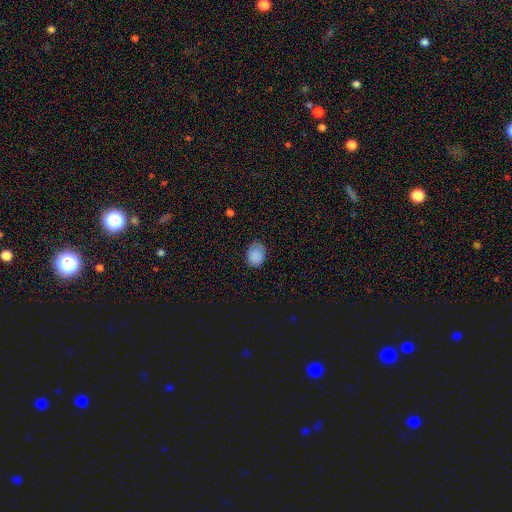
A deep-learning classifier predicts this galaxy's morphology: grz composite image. It shows a smooth galaxy with no disk features (87%) that is in between round and cigar-shaped (55%). Merging: none (73%).